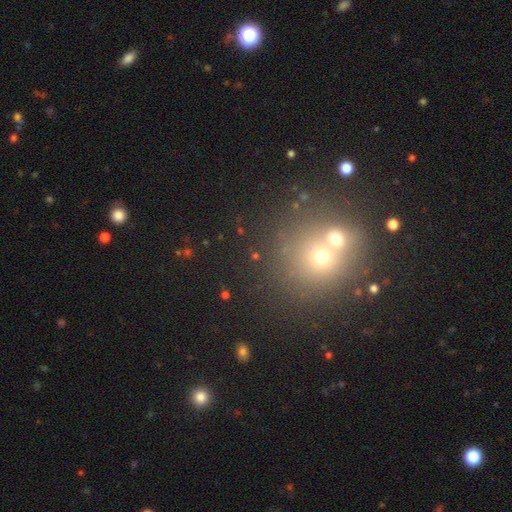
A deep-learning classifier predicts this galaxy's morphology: This appears to be a smooth galaxy with no disk features (53%) that is round (84%). Merging: none (52%).